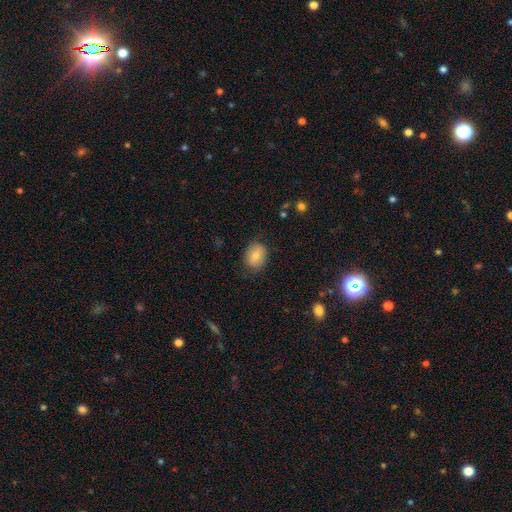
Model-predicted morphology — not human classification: This is clearly a smooth galaxy (82%). How rounded: possibly in between (56%). Merging: likely none (78%).